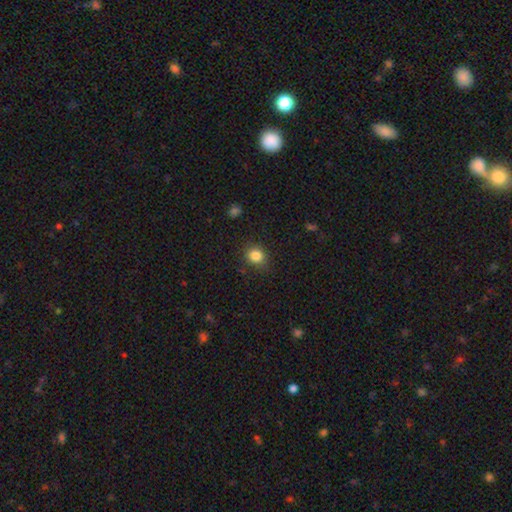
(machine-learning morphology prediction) Overall: smooth (84%). How rounded: round (73%). Merging: none (83%).